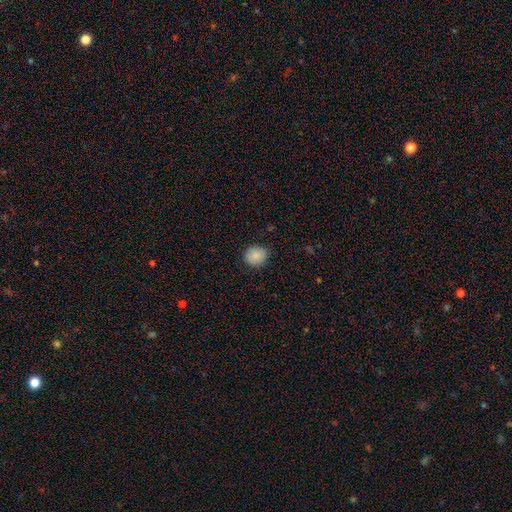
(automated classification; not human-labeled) Smooth or featured?
  - smooth: 86% *
  - star or artifact: 8%
  - featured or disk: 6%
How rounded?
  - round: 81% *
  - in between: 18%
  - cigar-shaped: 1%
Merging?
  - none: 87% *
  - minor disturbance: 10%
  - major disturbance: 2%
  - merger: 1%